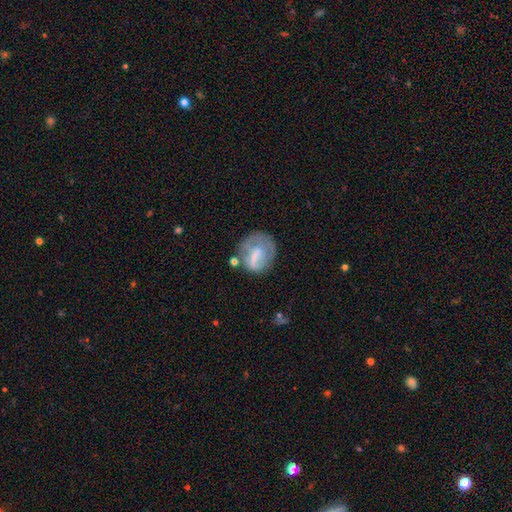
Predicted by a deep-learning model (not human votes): A smooth galaxy with no disk features (47%).

Vote fractions:
- Smooth or featured? smooth: 47% / featured or disk: 43% / star or artifact: 9%
- Merging? none: 44% / minor disturbance: 25% / major disturbance: 23% / merger: 7%